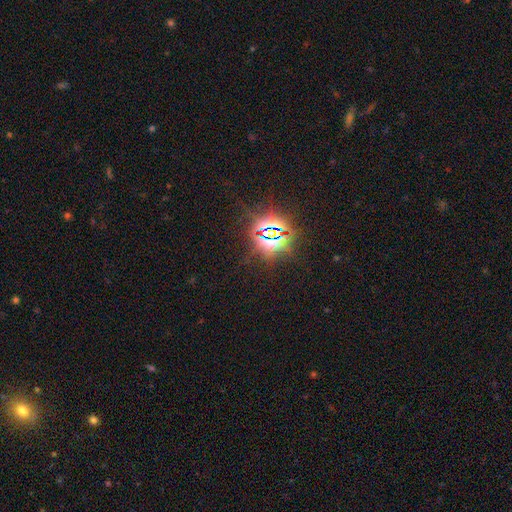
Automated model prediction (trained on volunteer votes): The model was most divided on "smooth or featured": star or artifact: 82%, smooth: 11%, featured or disk: 7%.